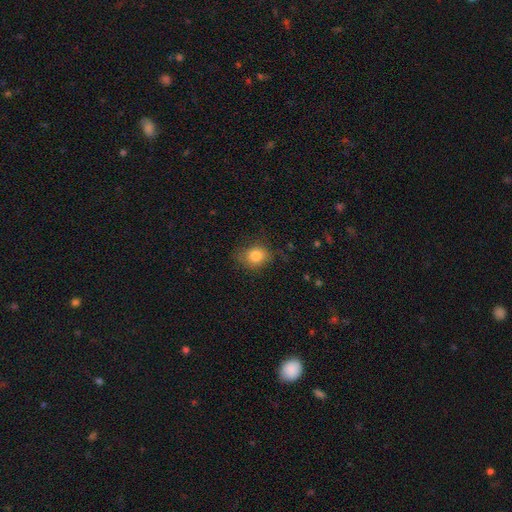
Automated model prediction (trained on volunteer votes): A smooth galaxy with no disk features (82%) that is round (63%). Merging: none (72%).